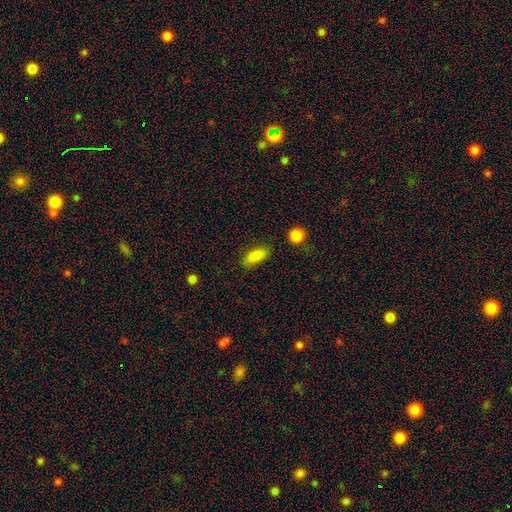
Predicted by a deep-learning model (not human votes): Morphology: type=smooth (87%); roundness=in between (84%); merging=none (81%).